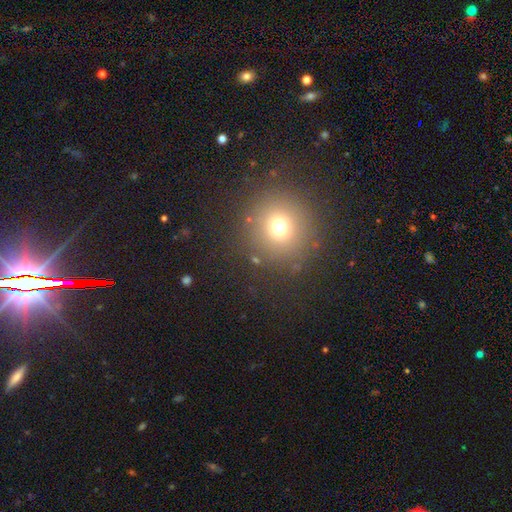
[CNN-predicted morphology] Smooth or featured? Predicted: smooth (p=0.67). How rounded? Predicted: round (p=0.93). Merging? Predicted: none (p=0.89).